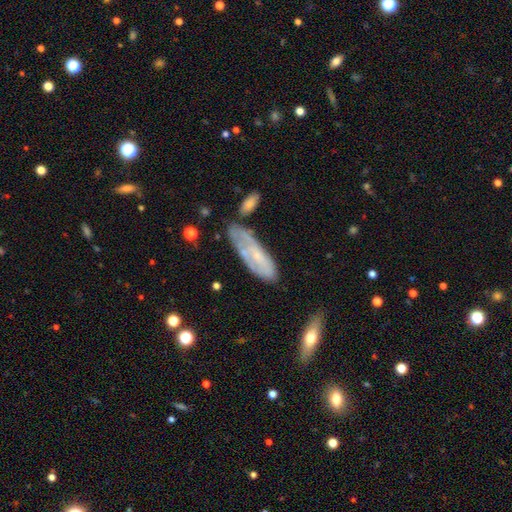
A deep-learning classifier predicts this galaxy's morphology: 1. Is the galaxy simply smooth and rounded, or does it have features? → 53% featured or disk, 39% smooth, 8% star or artifact.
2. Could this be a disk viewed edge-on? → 77% no, 23% yes.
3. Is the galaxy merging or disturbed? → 52% none, 29% minor disturbance, 12% major disturbance, 7% merger.